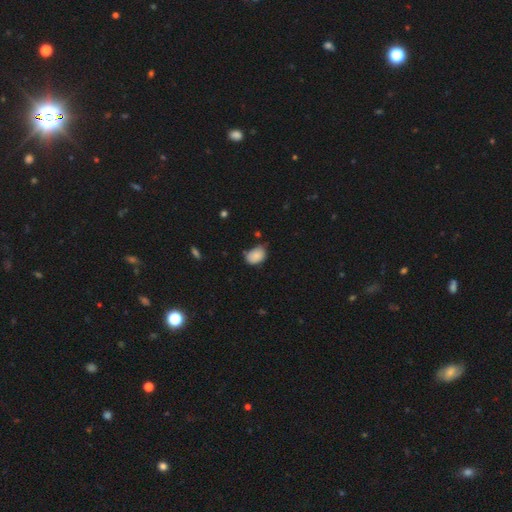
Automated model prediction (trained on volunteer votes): Smooth or featured: smooth — 86% (star or artifact — 8%)
How rounded: in between — 77% (round — 22%)
Merging: none — 56% (minor disturbance — 34%)